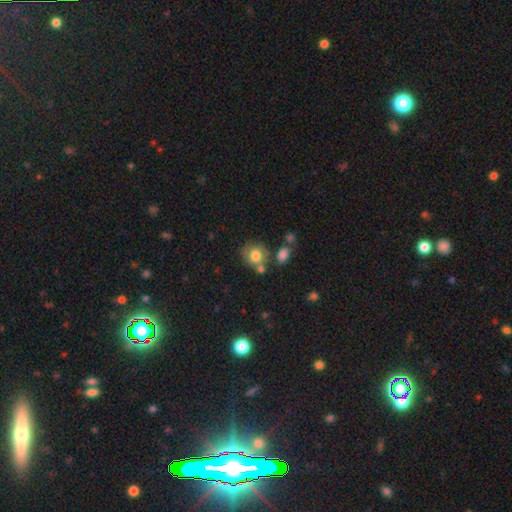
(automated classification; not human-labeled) smooth_or_featured: smooth (p=0.76) [alt: featured or disk p=0.15]
how_rounded: round (p=0.72) [alt: in between p=0.27]
merging: none (p=0.55) [alt: merger p=0.19]